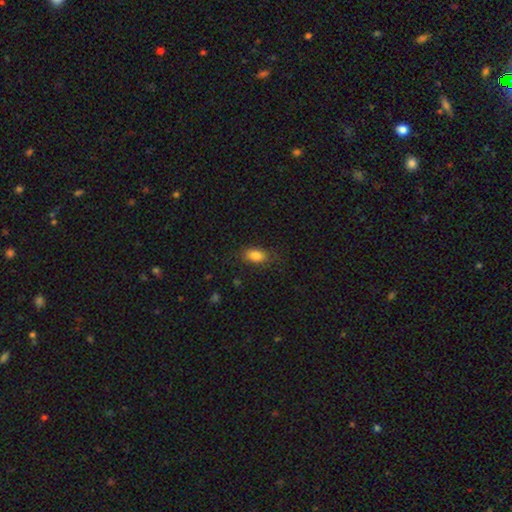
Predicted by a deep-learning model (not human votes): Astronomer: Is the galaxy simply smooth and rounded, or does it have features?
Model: smooth — 84%.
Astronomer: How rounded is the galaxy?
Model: in between — 87%.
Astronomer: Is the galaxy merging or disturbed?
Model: none — 79%.